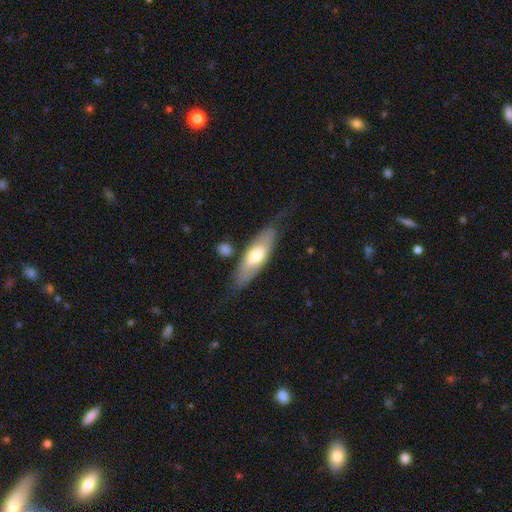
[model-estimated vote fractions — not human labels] Smooth or featured? Predicted: smooth (p=0.54). How rounded? Predicted: in between (p=0.57). Merging? Predicted: none (p=0.65).